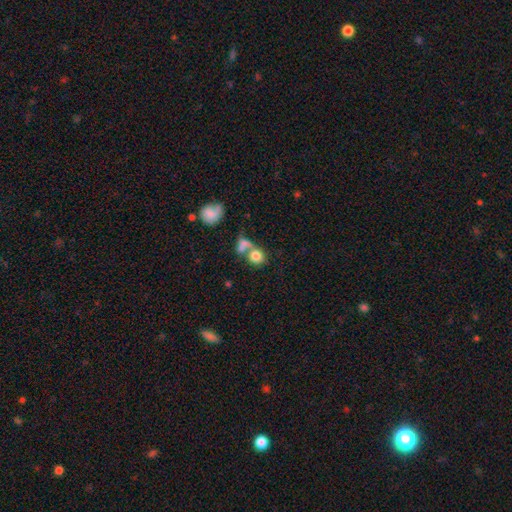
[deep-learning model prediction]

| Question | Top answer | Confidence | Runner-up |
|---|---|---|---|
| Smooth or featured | smooth | 78% | featured or disk (12%) |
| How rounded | round | 81% | in between (18%) |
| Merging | merger | 45% | none (39%) |